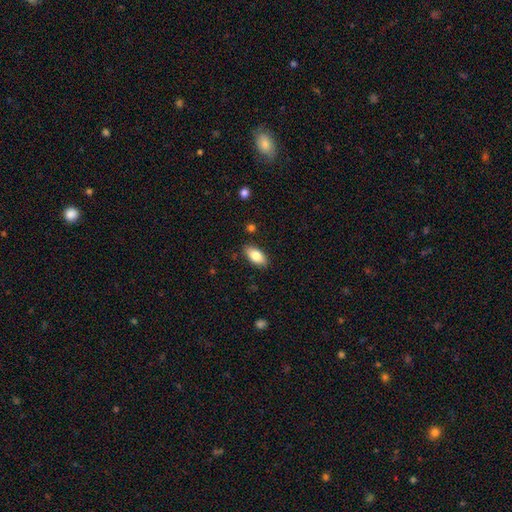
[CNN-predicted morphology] Smooth or featured? Predicted: smooth (p=0.81). How rounded? Predicted: in between (p=0.91). Merging? Predicted: none (p=0.87).